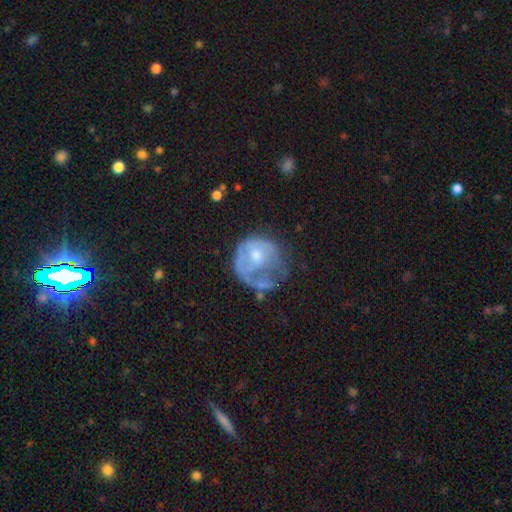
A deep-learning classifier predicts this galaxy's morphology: A featured or disk galaxy (55%) with no bar (78%), no spiral arms (63%) and a moderate central bulge (50%).

Vote fractions:
- Smooth or featured? featured or disk: 55% / smooth: 36% / star or artifact: 8%
- Edge-on disk? no: 98% / yes: 2%
- Bar? no: 78% / weak: 19% / strong: 3%
- Spiral arms? no: 63% / yes: 37%
- Bulge size? moderate: 50% / small: 38% / none: 8% / large: 4% / dominant: 1%
- Merging? major disturbance: 39% / none: 30% / minor disturbance: 24% / merger: 7%